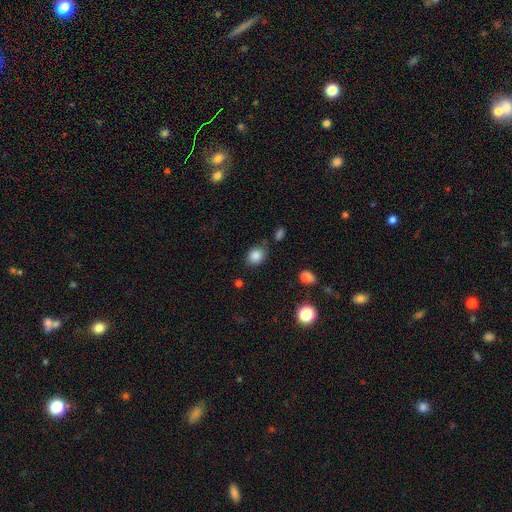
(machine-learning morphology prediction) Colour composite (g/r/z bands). It shows a smooth galaxy with no disk features (86%) that is round (53%). Merging: none (75%).